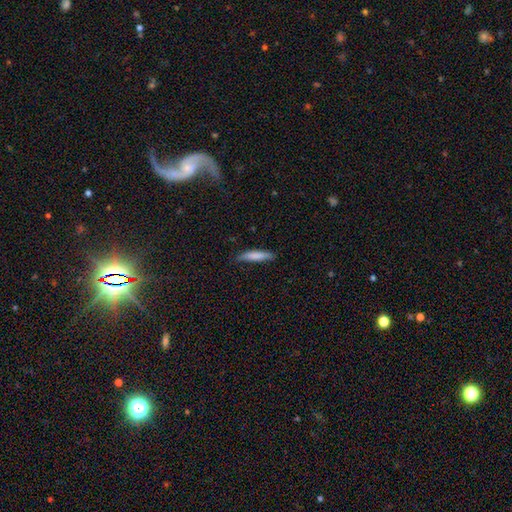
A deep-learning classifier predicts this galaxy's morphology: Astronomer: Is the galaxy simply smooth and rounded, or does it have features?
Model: smooth — 81%.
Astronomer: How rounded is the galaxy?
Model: cigar-shaped — 85%.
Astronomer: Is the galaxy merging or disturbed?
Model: none — 80%.